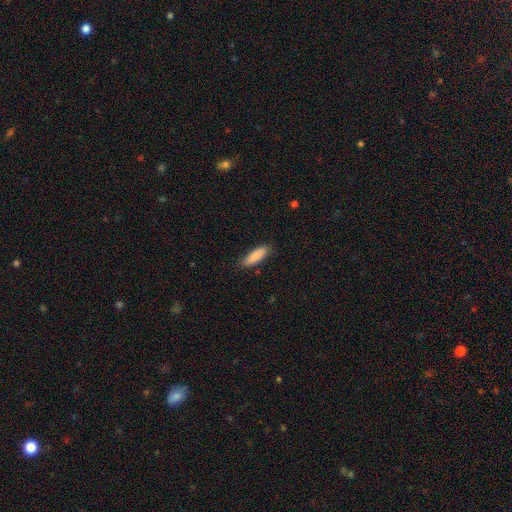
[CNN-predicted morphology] type=smooth (87%); roundness=cigar-shaped (55%); merging=none (86%).